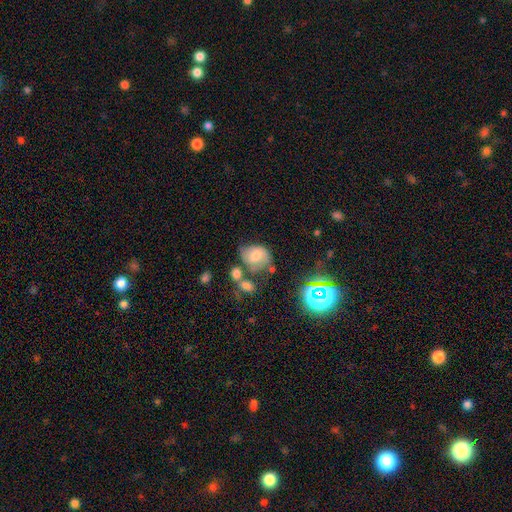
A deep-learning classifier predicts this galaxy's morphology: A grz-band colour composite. It shows a smooth galaxy with no disk features (52%) that is in between round and cigar-shaped (50%). Merging: none (45%).